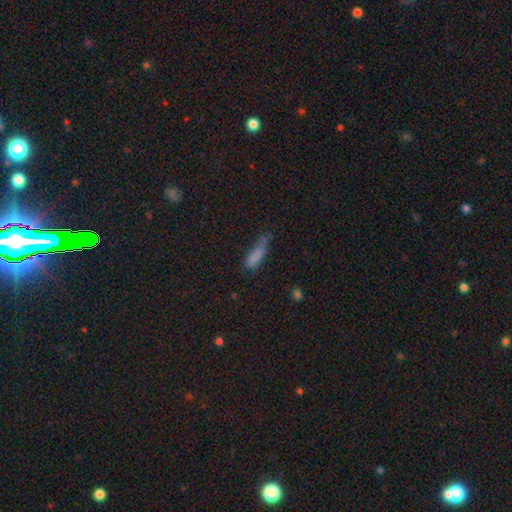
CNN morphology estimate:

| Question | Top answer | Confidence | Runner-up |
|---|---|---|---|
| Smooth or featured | smooth | 77% | featured or disk (12%) |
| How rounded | cigar-shaped | 59% | in between (38%) |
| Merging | none | 36% | tied: minor disturbance (36%) |